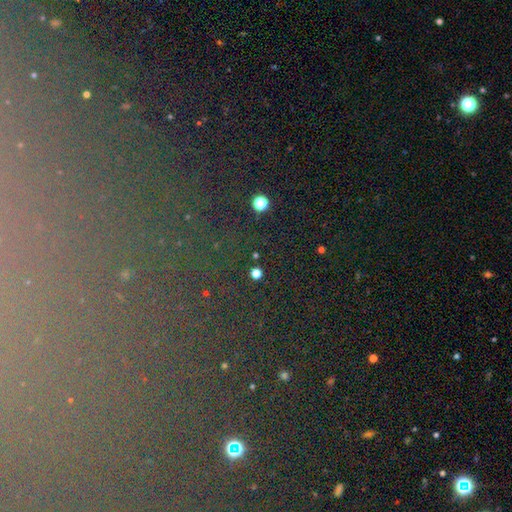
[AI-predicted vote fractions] This is likely a star or artifact rather than a galaxy (65%).